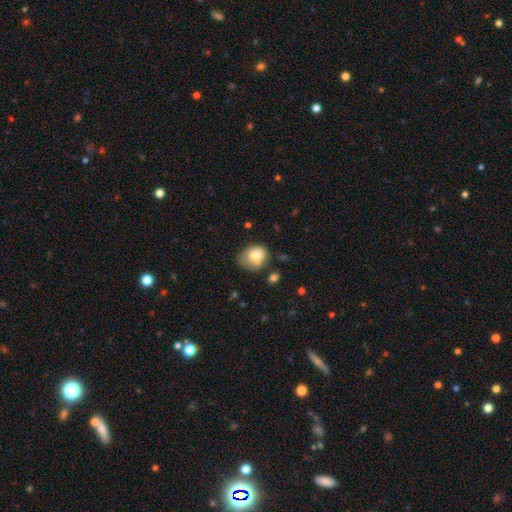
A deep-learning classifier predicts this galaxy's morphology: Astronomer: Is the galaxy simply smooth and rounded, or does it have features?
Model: smooth — 76%.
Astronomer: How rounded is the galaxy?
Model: round — 56% (runner-up: in between, 43%).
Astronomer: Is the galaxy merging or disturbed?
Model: none — 44% (runner-up: minor disturbance, 33%).